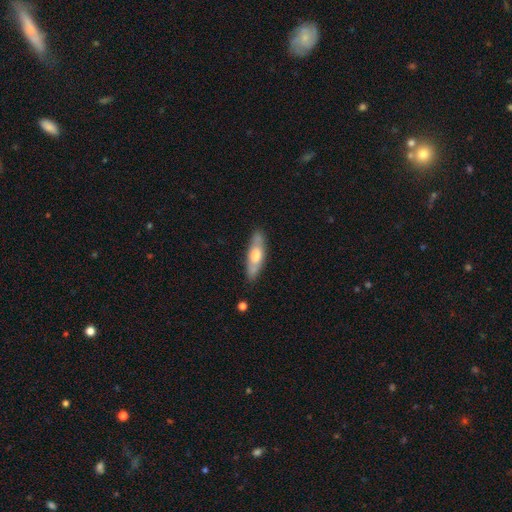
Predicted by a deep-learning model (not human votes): Overall: smooth (52%; featured or disk 43%). How rounded: cigar-shaped (51%; in between 47%). Merging: none (82%).